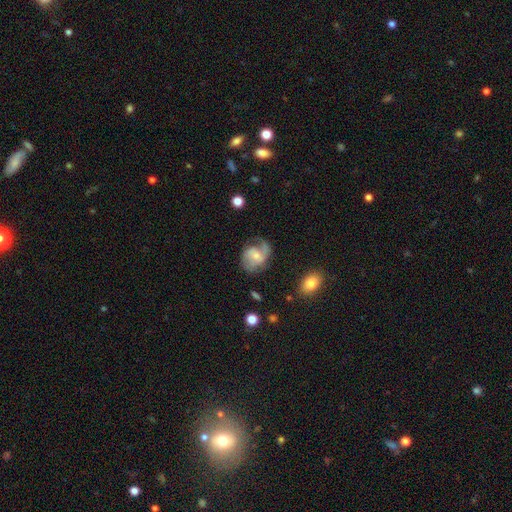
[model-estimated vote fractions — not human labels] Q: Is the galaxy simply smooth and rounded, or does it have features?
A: featured or disk — 72%.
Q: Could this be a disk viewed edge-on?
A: no — 97%.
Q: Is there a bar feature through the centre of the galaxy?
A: weak — 45%.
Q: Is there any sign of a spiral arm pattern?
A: yes — 90%.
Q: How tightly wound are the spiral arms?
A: medium — 46%.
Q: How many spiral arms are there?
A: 2 — 61%.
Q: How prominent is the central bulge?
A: small — 48%.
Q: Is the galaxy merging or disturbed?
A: none — 52%.